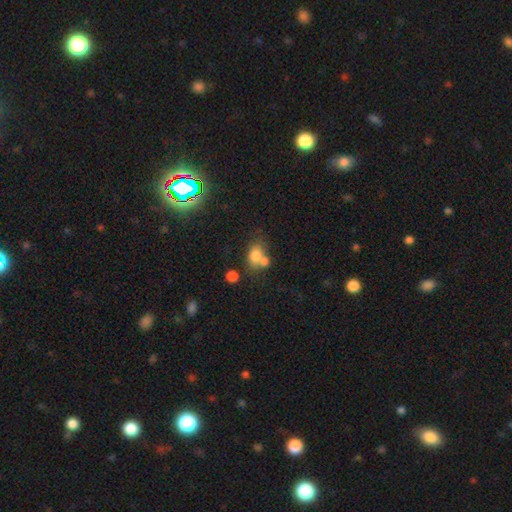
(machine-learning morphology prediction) Smooth or featured? Predicted: smooth (p=0.77). How rounded? Predicted: in between (p=0.66). Merging? Predicted: merger (p=0.42).